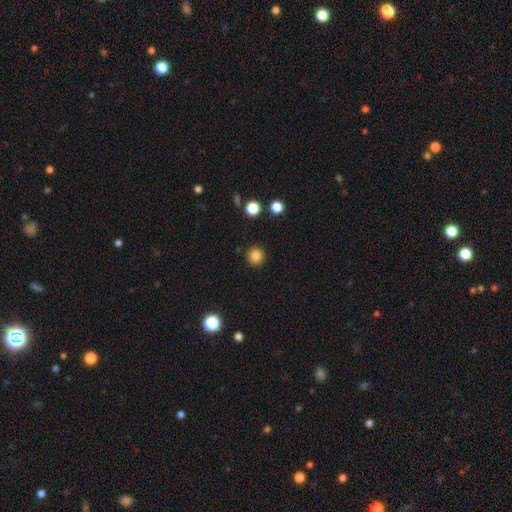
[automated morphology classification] Smooth or featured? Predicted: smooth (p=0.83). How rounded? Predicted: round (p=0.94). Merging? Predicted: none (p=0.91).